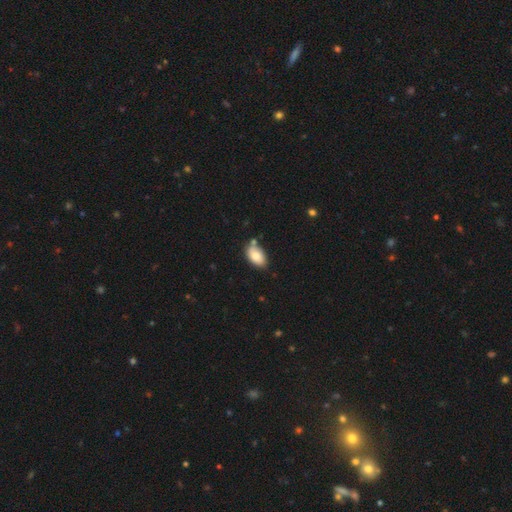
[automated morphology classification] smooth_or_featured: smooth (p=0.79) [alt: featured or disk p=0.14]
how_rounded: in between (p=0.92) [alt: round p=0.06]
merging: none (p=0.65) [alt: minor disturbance p=0.20]